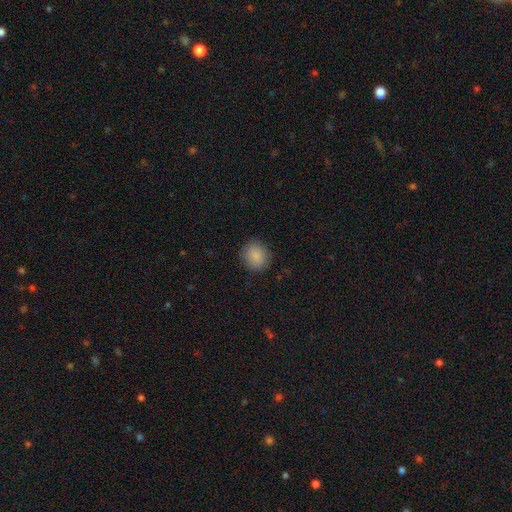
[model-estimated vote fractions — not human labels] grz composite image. It shows a smooth galaxy with no disk features (88%) that is round (79%). Merging: none (88%).